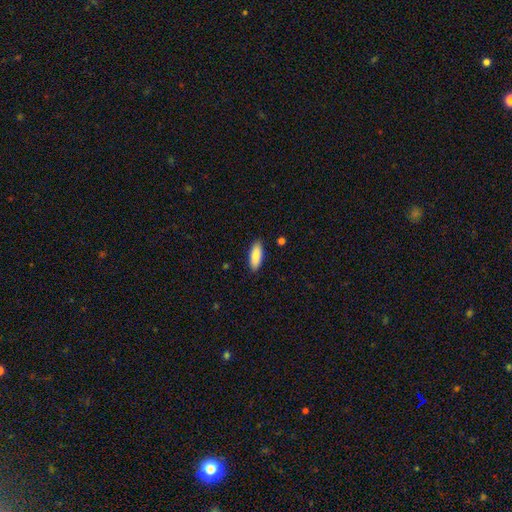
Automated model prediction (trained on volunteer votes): Smooth or featured?
  - smooth: 88% *
  - featured or disk: 6%
  - star or artifact: 6%
How rounded?
  - in between: 71% *
  - cigar-shaped: 27%
  - round: 2%
Merging?
  - none: 88% *
  - minor disturbance: 9%
  - major disturbance: 2%
  - merger: 1%